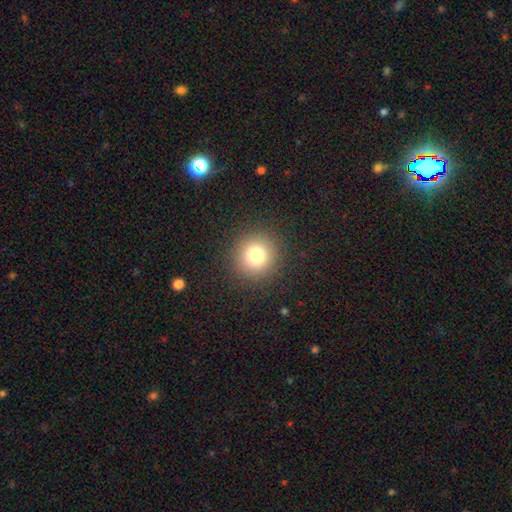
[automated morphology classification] Q: Smooth or featured?
A: smooth (80%); runner-up: star or artifact (13%)
Q: How rounded?
A: round (94%); runner-up: in between (5%)
Q: Merging?
A: none (90%); runner-up: minor disturbance (6%)